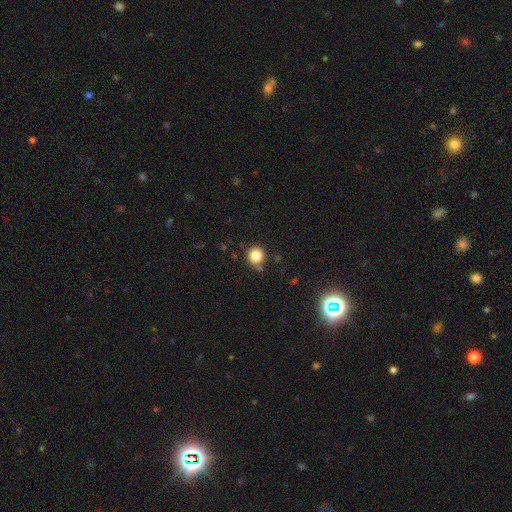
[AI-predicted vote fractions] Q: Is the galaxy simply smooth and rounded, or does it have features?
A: smooth — 84%.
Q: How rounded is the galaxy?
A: round — 93%.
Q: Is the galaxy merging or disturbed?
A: none — 81%.